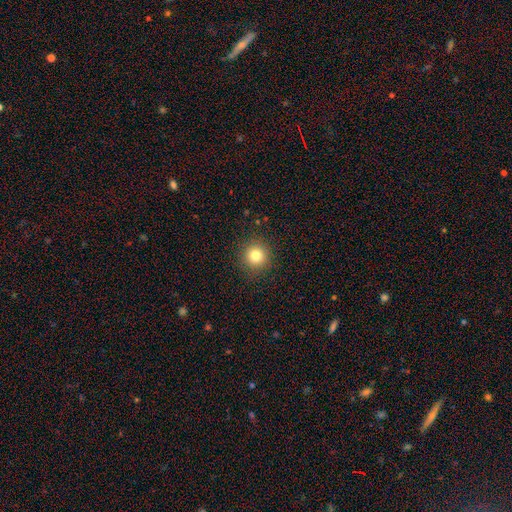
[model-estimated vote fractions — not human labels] Morphology: type=smooth (81%); roundness=round (95%); merging=none (91%).